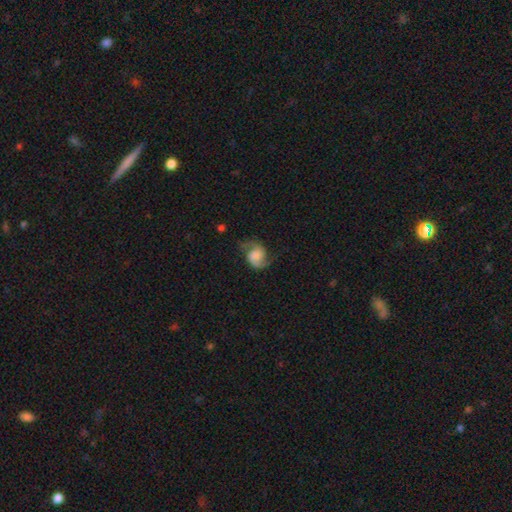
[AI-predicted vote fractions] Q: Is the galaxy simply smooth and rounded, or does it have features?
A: featured or disk — 76%.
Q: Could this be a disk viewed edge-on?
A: no — 98%.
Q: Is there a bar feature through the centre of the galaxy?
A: no — 65%.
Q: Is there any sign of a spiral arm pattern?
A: yes — 95%.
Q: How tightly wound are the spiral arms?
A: loose — 51%.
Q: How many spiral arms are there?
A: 2 — 92%.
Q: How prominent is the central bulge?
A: none — 34%.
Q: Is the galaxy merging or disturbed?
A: none — 69%.